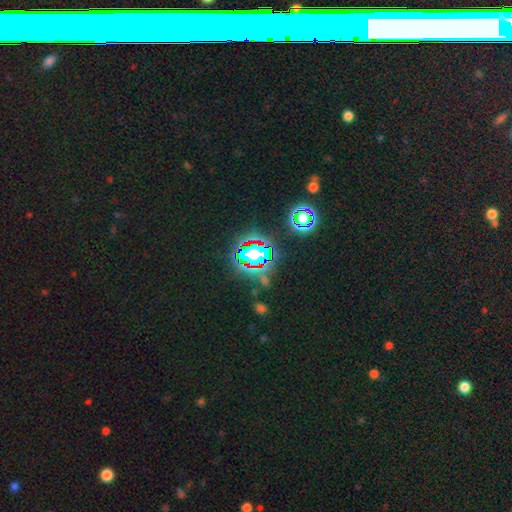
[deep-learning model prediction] Smooth or featured?
  - star or artifact: 80% *
  - smooth: 13%
  - featured or disk: 7%